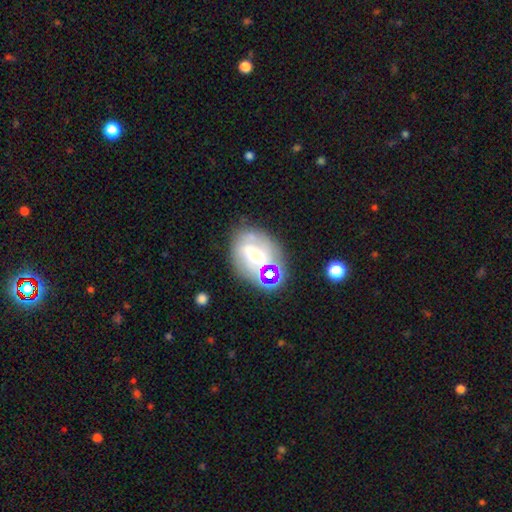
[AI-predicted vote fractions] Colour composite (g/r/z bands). It shows a featured or disk galaxy (60%) with a weak bar (37%), spiral arms (56%) and a moderate central bulge (49%). Merging: none (55%).